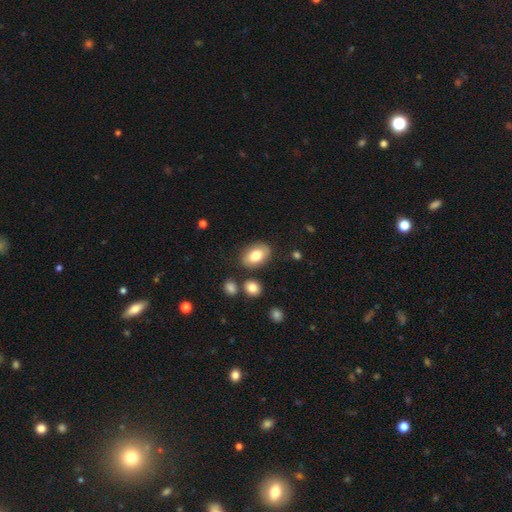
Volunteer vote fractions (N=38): smooth_or_featured: smooth (p=0.79) [alt: featured or disk p=0.21]
how_rounded: in between (p=0.87) [alt: round p=0.13]
merging: none (p=0.92) [alt: minor disturbance p=0.05]